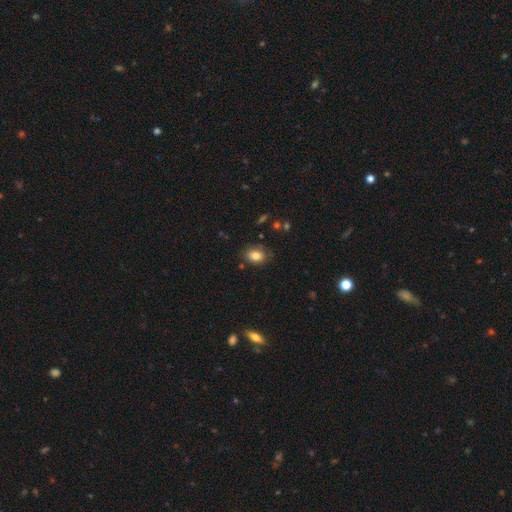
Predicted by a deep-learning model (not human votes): This appears to be a smooth galaxy with no disk features (82%) that is in between round and cigar-shaped (74%). Merging: none (77%).